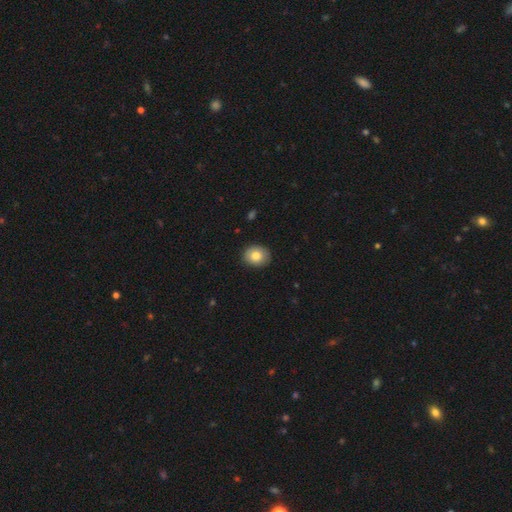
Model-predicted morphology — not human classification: A smooth galaxy with no disk features (81%) that is round (63%).

Vote fractions:
- Smooth or featured? smooth: 81% / featured or disk: 11% / star or artifact: 8%
- How rounded? round: 63% / in between: 37% / cigar-shaped: 1%
- Merging? none: 87% / minor disturbance: 10% / major disturbance: 2% / merger: 1%